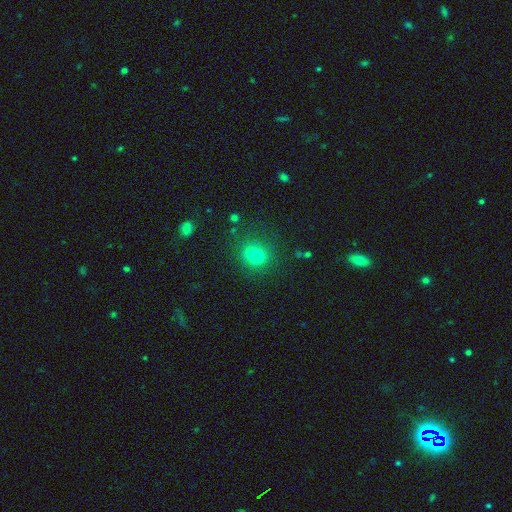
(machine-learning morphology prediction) A smooth galaxy with no disk features (66%) that is round (78%). Merging: merger (45%).